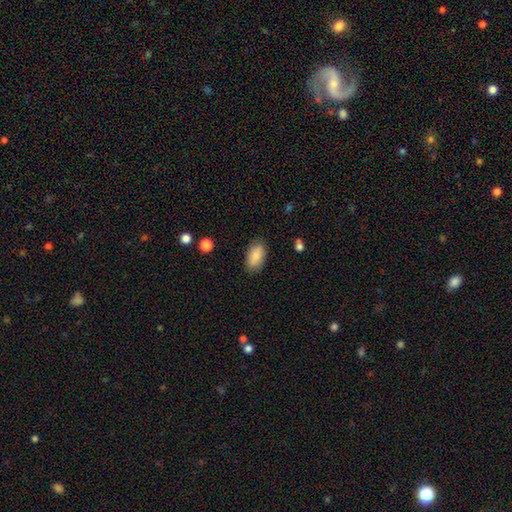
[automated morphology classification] The model was most divided on "merging": none: 85%, minor disturbance: 11%, major disturbance: 3%, merger: 1%. More confident: how rounded — in between (93%); smooth or featured — smooth (84%).